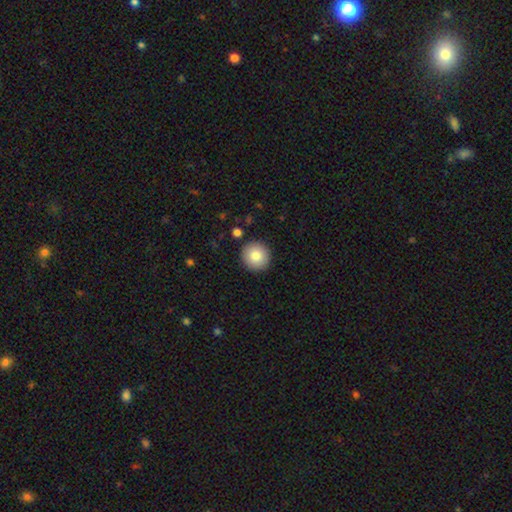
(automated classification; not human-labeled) This appears to be a smooth galaxy with no disk features (84%) that is round (95%). Merging: none (92%).